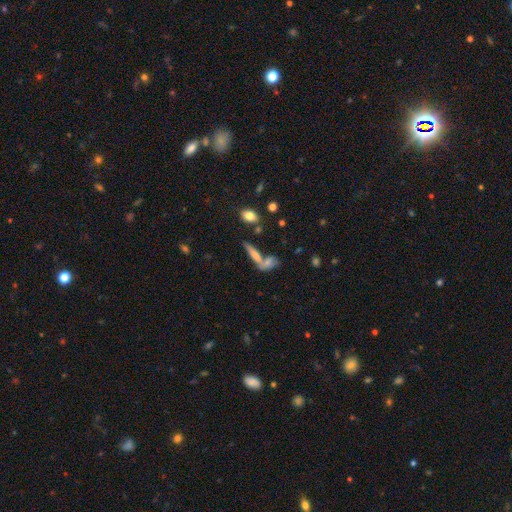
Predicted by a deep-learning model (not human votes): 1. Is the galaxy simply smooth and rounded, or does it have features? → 56% smooth, 31% featured or disk, 13% star or artifact.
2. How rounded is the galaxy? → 56% cigar-shaped, 38% in between, 6% round.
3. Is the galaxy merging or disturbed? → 45% none, 39% merger, 11% minor disturbance, 5% major disturbance.